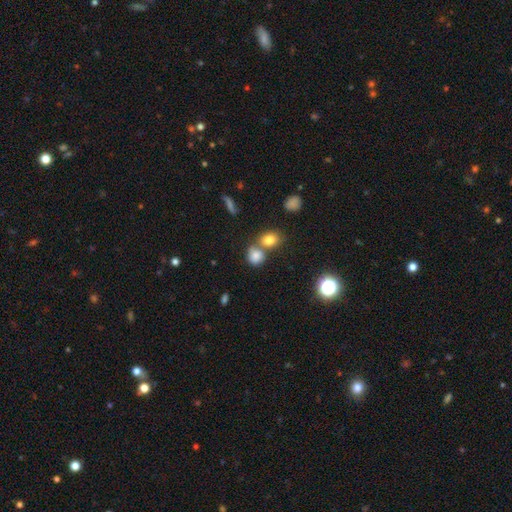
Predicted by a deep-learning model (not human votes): smooth-or-featured: smooth: 79% | star or artifact: 13% | featured or disk: 9%
  how-rounded: round: 70% | in between: 28% | cigar-shaped: 1%
  merging: none: 46% | merger: 39% | minor disturbance: 11% | major disturbance: 4%